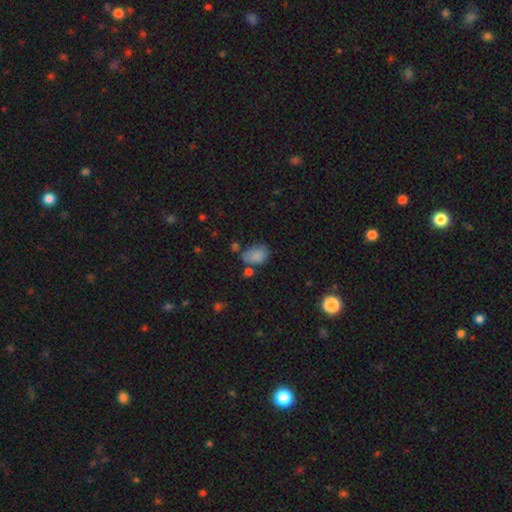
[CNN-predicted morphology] smooth-or-featured: smooth: 79% | star or artifact: 11% | featured or disk: 10%
  how-rounded: in between: 80% | round: 19% | cigar-shaped: 1%
  merging: none: 48% | minor disturbance: 29% | merger: 12% | major disturbance: 11%